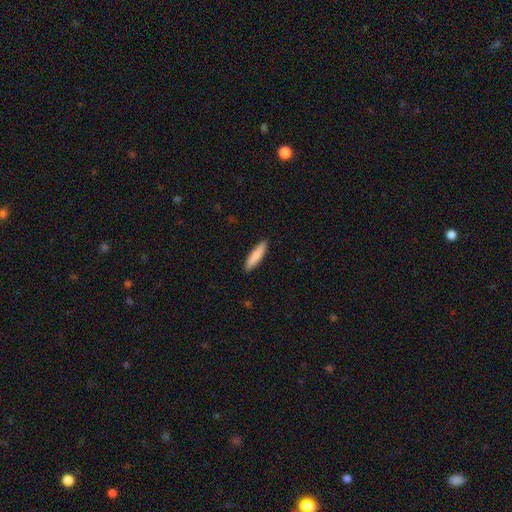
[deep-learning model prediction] Overall: smooth (86%). How rounded: cigar-shaped (82%). Merging: none (91%).